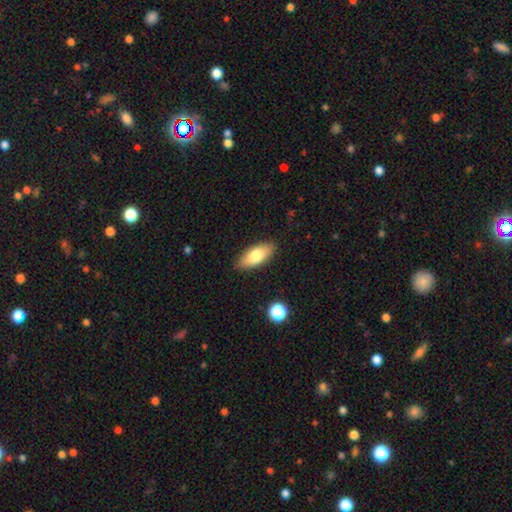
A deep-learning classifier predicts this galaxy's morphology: This appears to be a smooth galaxy with no disk features (78%) that is in between round and cigar-shaped (84%). Merging: none (86%).